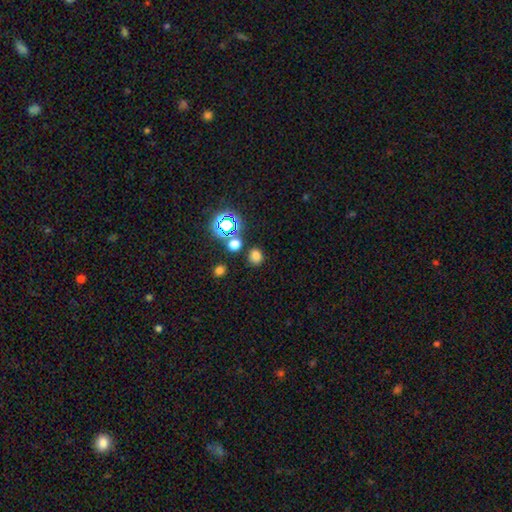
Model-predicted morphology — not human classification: Smooth or featured? smooth (71%)
How rounded? round (73%)
Merging? none (80%)